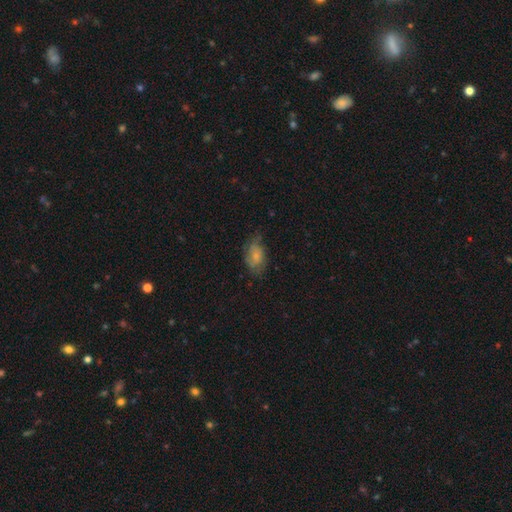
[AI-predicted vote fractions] smooth 61%, featured or disk 31%, star or artifact 9%. Down the decision tree: how rounded — in between (88%); merging — none (52%).